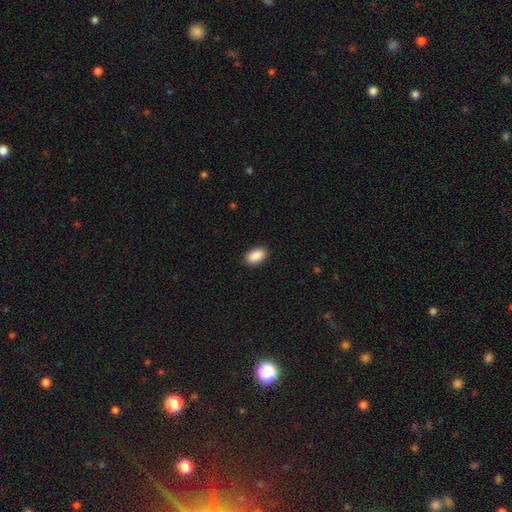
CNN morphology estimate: This appears to be a smooth galaxy with no disk features (91%) that is in between round and cigar-shaped (93%). Merging: none (90%).